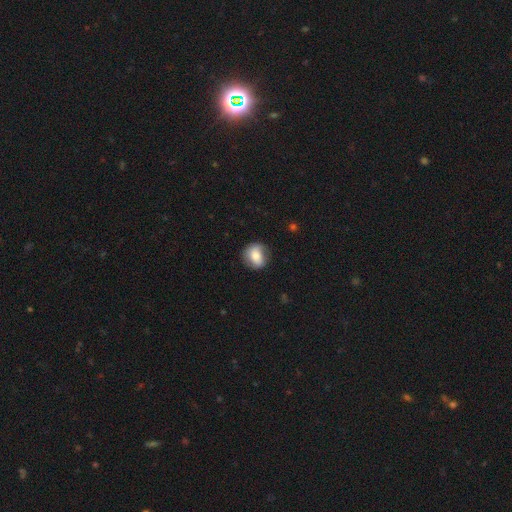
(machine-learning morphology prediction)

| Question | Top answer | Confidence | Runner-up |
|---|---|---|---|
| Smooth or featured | smooth | 71% | featured or disk (21%) |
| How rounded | round | 68% | in between (31%) |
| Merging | none | 76% | minor disturbance (18%) |